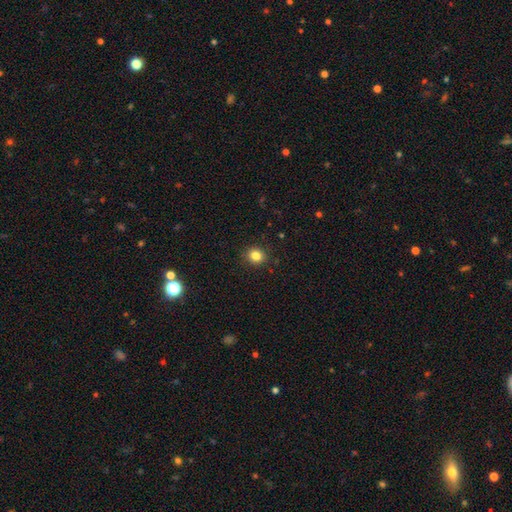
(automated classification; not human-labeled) A smooth galaxy with no disk features (83%) that is round (82%). Merging: none (90%).